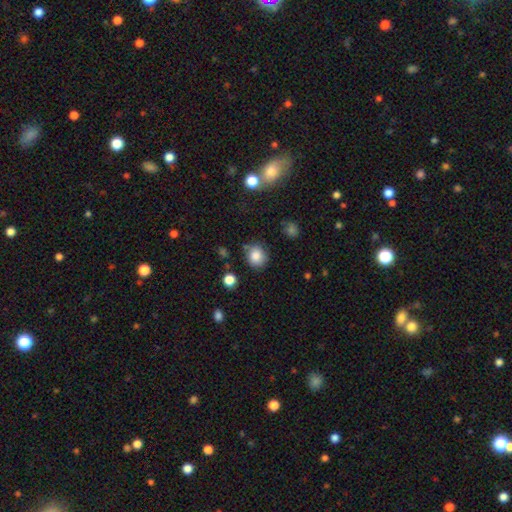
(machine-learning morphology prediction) Smooth or featured? smooth (85%)
How rounded? round (82%)
Merging? none (77%)